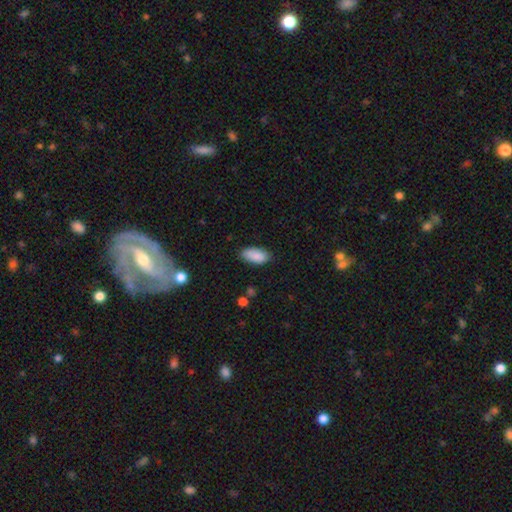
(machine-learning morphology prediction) smooth 88%, star or artifact 7%, featured or disk 5%. Down the decision tree: how rounded — in between (92%); merging — none (80%).